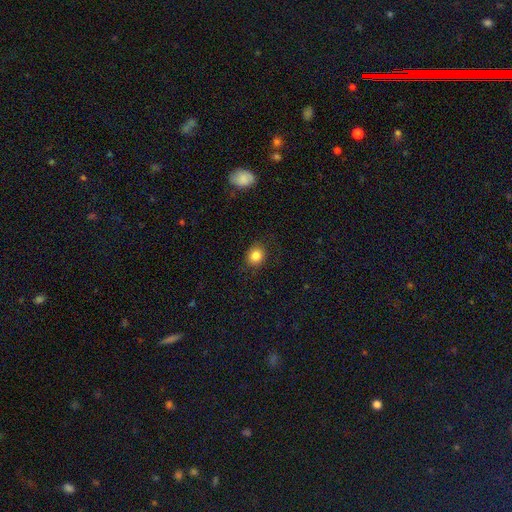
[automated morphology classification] The model was most divided on "how rounded": round: 74%, in between: 25%, cigar-shaped: 1%. More confident: merging — none (85%); smooth or featured — smooth (85%).